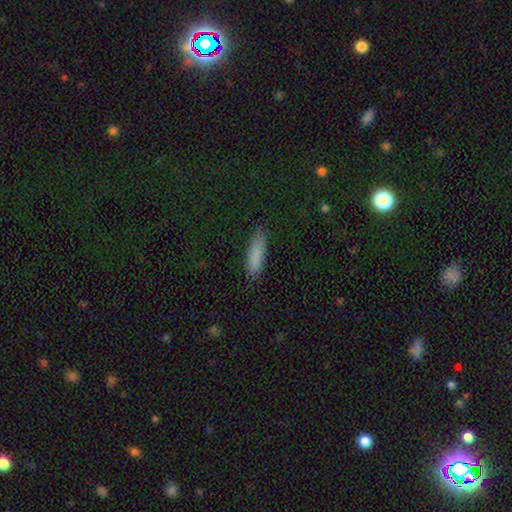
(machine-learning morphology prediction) Smooth or featured?
  - smooth: 85% *
  - star or artifact: 7%
  - featured or disk: 7%
How rounded?
  - cigar-shaped: 64% *
  - in between: 34%
  - round: 2%
Merging?
  - none: 84% *
  - minor disturbance: 12%
  - major disturbance: 2%
  - merger: 1%